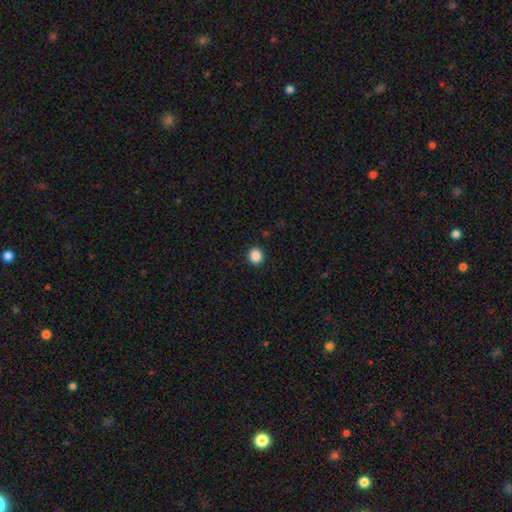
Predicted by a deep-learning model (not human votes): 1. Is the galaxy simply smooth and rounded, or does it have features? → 87% smooth, 10% star or artifact, 3% featured or disk.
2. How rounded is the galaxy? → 90% round, 9% in between, 1% cigar-shaped.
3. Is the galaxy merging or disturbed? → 92% none, 5% minor disturbance, 2% major disturbance, 1% merger.